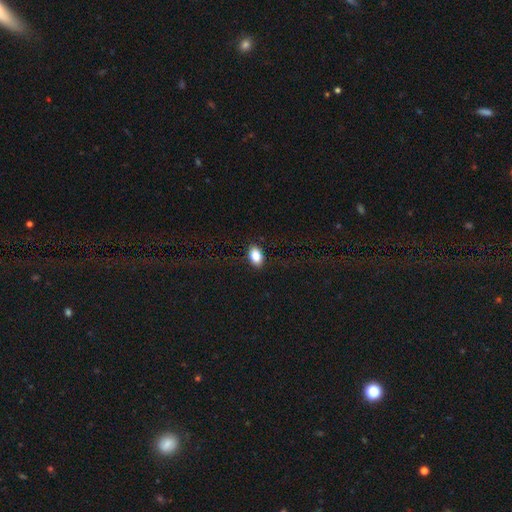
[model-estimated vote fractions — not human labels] Smooth or featured?
  - smooth: 85% *
  - star or artifact: 8%
  - featured or disk: 7%
How rounded?
  - in between: 88% *
  - round: 10%
  - cigar-shaped: 2%
Merging?
  - none: 87% *
  - minor disturbance: 10%
  - major disturbance: 2%
  - merger: 1%